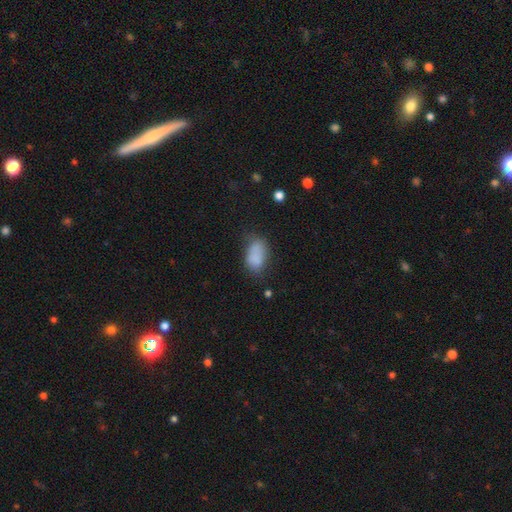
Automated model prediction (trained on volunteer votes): A smooth galaxy with no disk features (81%) that is in between round and cigar-shaped (89%). Merging: none (50%).